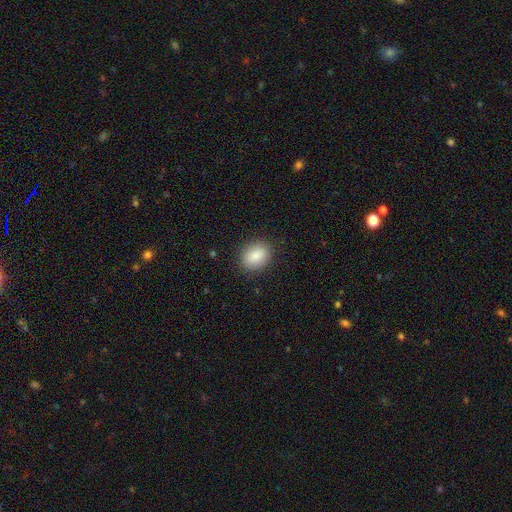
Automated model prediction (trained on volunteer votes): smooth 87%, star or artifact 7%, featured or disk 5%. Down the decision tree: how rounded — in between (67%); merging — none (87%).